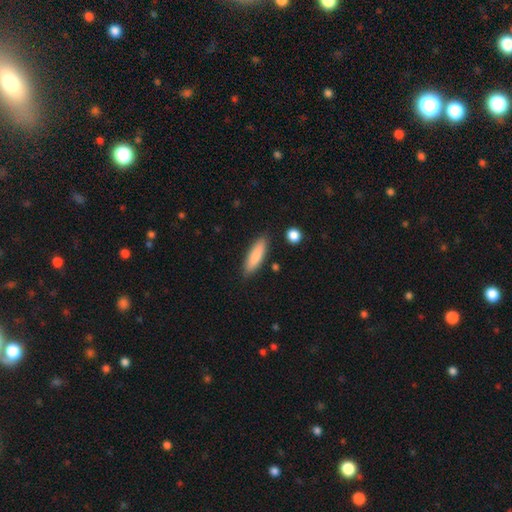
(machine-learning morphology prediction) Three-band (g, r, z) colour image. It shows a smooth galaxy with no disk features (83%) that is cigar-shaped (60%). Merging: none (85%).